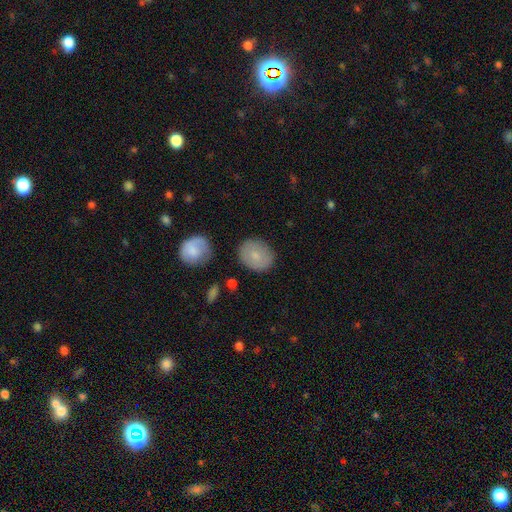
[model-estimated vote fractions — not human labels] A smooth galaxy with no disk features (76%) that is round (60%). Merging: none (82%).